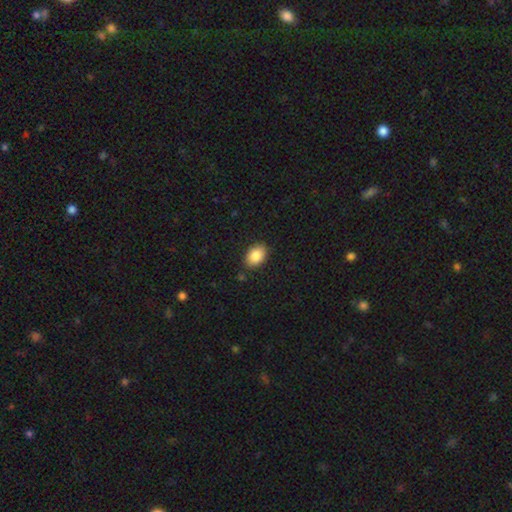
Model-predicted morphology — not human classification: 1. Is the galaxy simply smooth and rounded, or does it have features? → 86% smooth, 8% star or artifact, 7% featured or disk.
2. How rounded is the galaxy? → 80% in between, 18% round, 1% cigar-shaped.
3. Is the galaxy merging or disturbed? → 86% none, 10% minor disturbance, 2% major disturbance, 2% merger.